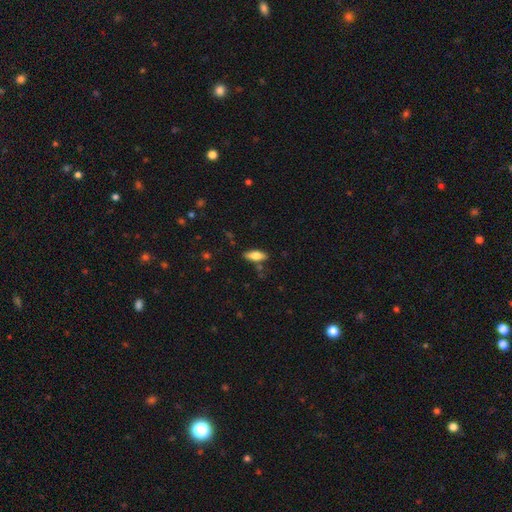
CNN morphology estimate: Smooth or featured: smooth — 75% (featured or disk — 19%)
How rounded: in between — 73% (cigar-shaped — 24%)
Merging: none — 80% (minor disturbance — 13%)